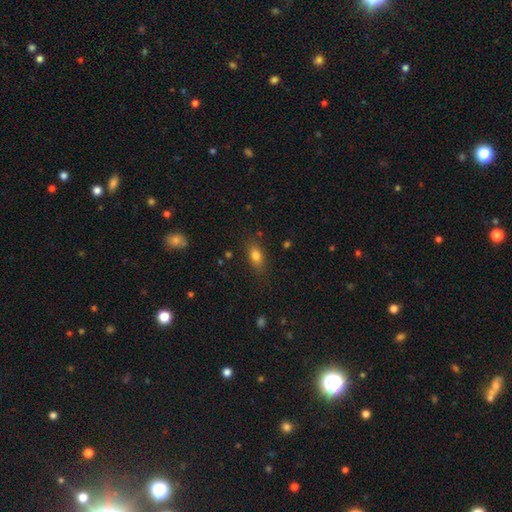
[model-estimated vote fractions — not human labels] Morphology: type=smooth (80%); roundness=in between (79%); merging=none (80%).